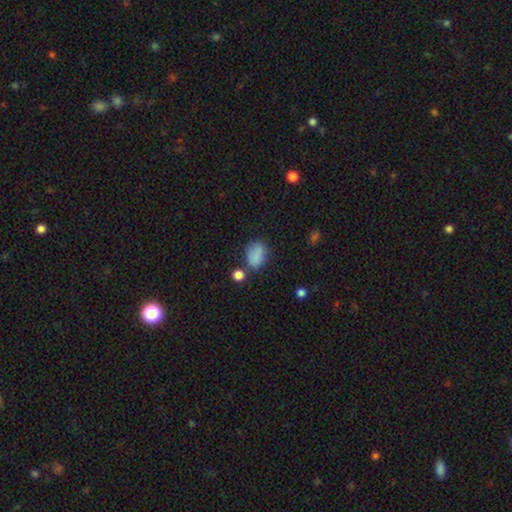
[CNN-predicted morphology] Q: Smooth or featured?
A: smooth (85%); runner-up: star or artifact (10%)
Q: How rounded?
A: in between (72%); runner-up: round (27%)
Q: Merging?
A: none (65%); runner-up: minor disturbance (19%)